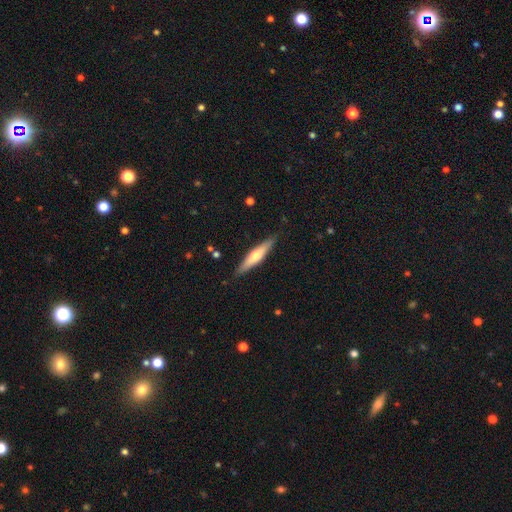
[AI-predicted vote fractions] featured or disk 49%, smooth 46%, star or artifact 5%. Down the decision tree: merging — none (87%).